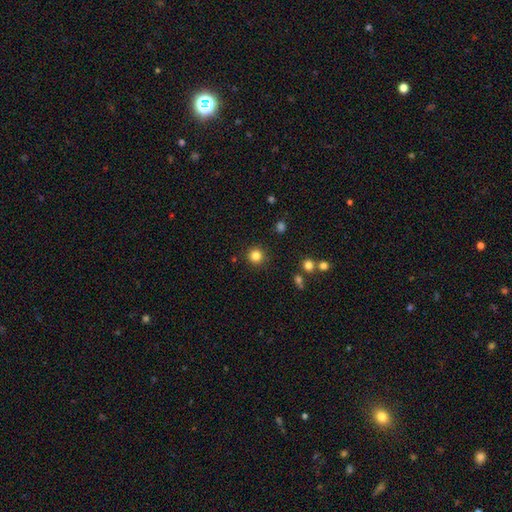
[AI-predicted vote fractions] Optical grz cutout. It shows a smooth galaxy with no disk features (83%) that is round (95%). Merging: none (91%).